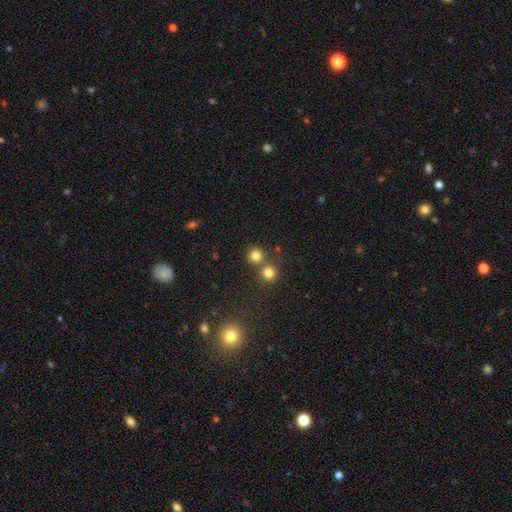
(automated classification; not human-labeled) A smooth galaxy with no disk features (80%) that is round (91%).

Vote fractions:
- Smooth or featured? smooth: 80% / star or artifact: 14% / featured or disk: 6%
- How rounded? round: 91% / in between: 8% / cigar-shaped: 1%
- Merging? none: 68% / merger: 23% / minor disturbance: 6% / major disturbance: 3%